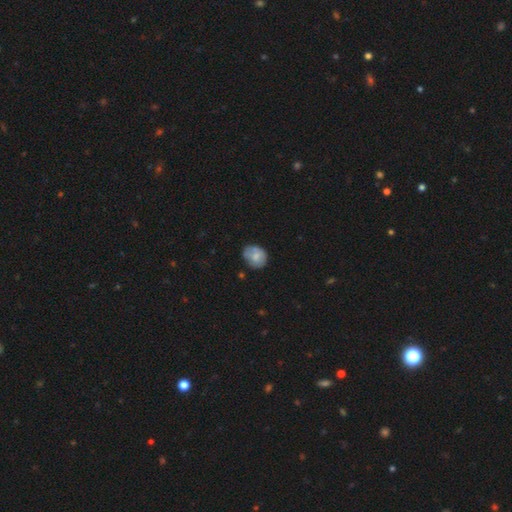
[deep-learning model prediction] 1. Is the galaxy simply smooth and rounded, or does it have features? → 69% smooth, 24% featured or disk, 7% star or artifact.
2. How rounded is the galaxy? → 55% round, 44% in between, 1% cigar-shaped.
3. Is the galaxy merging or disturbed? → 62% none, 28% minor disturbance, 7% major disturbance, 3% merger.